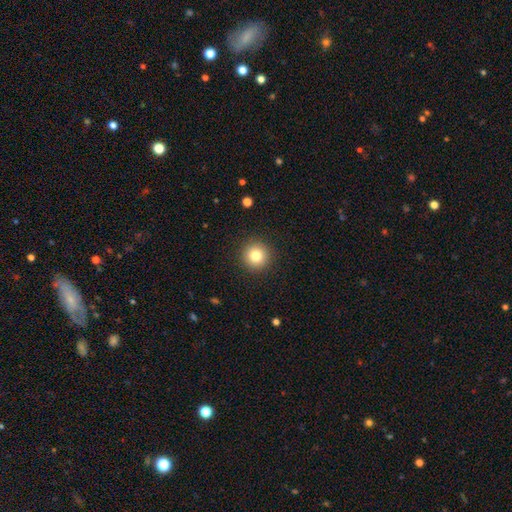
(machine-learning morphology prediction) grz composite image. It shows a smooth galaxy with no disk features (80%) that is round (95%). Merging: none (92%).